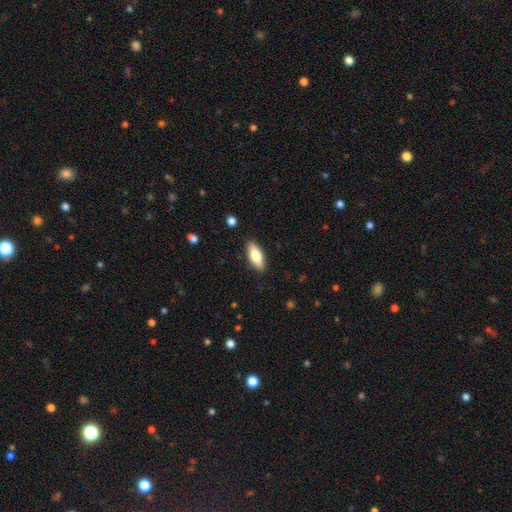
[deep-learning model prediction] Morphology: type=smooth (73%); roundness=in between (72%); merging=none (89%).